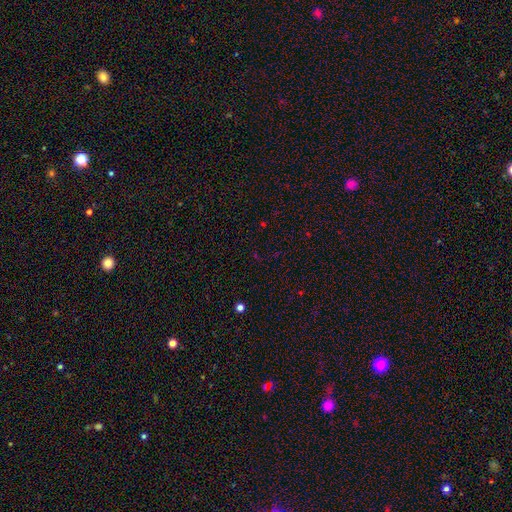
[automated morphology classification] type=star or artifact (67%).